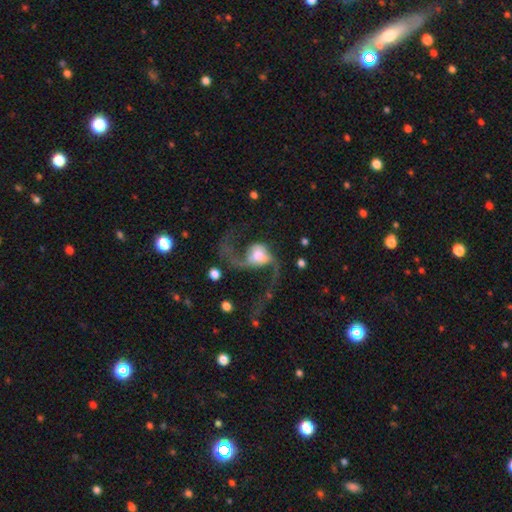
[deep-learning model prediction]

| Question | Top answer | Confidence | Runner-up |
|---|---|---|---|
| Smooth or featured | featured or disk | 74% | smooth (19%) |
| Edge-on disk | no | 97% | yes (3%) |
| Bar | no | 61% | weak (29%) |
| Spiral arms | yes | 89% | no (11%) |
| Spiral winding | loose | 82% | medium (15%) |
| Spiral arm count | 2 | 76% | 1 (14%) |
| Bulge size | moderate | 38% | large (36%) |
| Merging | major disturbance | 49% | none (31%) |